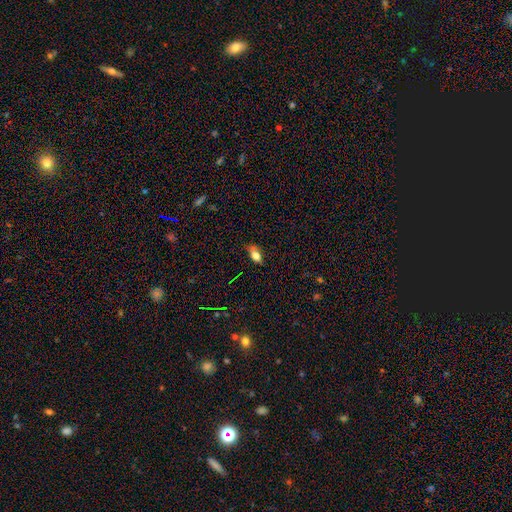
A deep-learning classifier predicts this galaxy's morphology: Overall: smooth (75%). How rounded: in between (85%). Merging: none (69%).